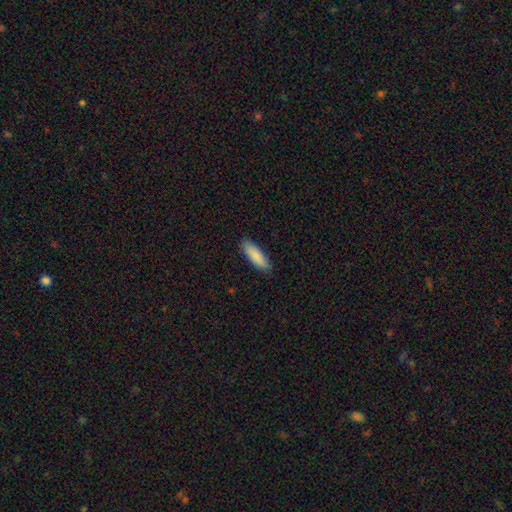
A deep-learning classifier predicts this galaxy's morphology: smooth_or_featured: smooth (p=0.88) [alt: featured or disk p=0.07]
how_rounded: in between (p=0.53) [alt: cigar-shaped p=0.46]
merging: none (p=0.87) [alt: minor disturbance p=0.10]